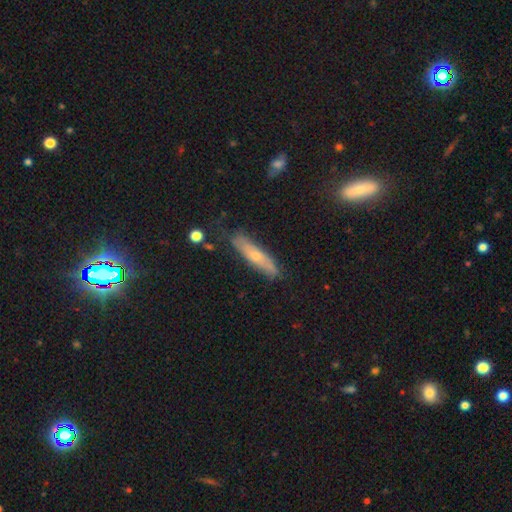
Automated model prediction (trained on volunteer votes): This is possibly a smooth galaxy (49%). Merging: likely none (75%).